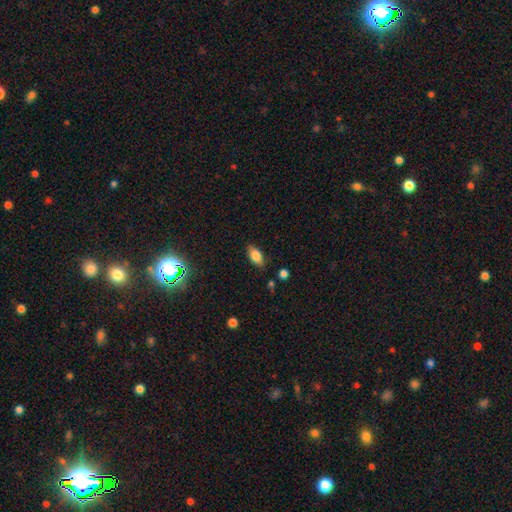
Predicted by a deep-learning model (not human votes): Smooth or featured: smooth — 79% (featured or disk — 12%)
How rounded: in between — 89% (cigar-shaped — 6%)
Merging: none — 84% (minor disturbance — 12%)